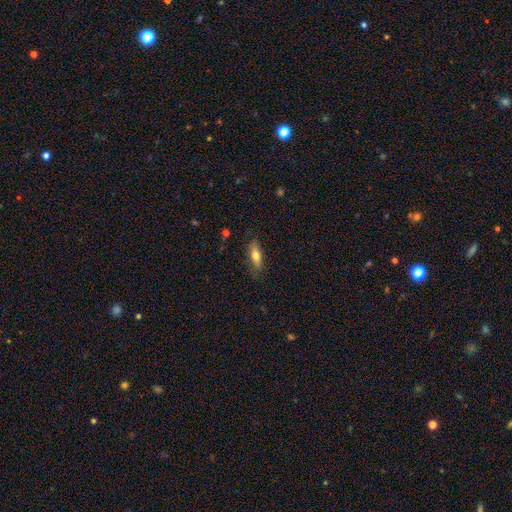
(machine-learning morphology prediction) A smooth galaxy with no disk features (72%) that is in between round and cigar-shaped (62%). Merging: none (77%).